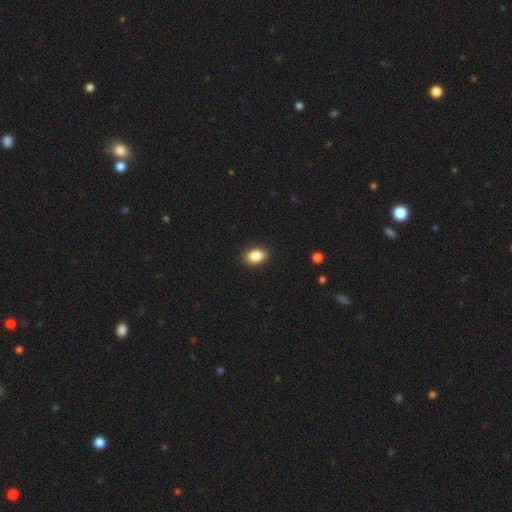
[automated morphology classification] smooth_or_featured: smooth (p=0.87) [alt: star or artifact p=0.08]
how_rounded: in between (p=0.86) [alt: round p=0.12]
merging: none (p=0.89) [alt: minor disturbance p=0.08]